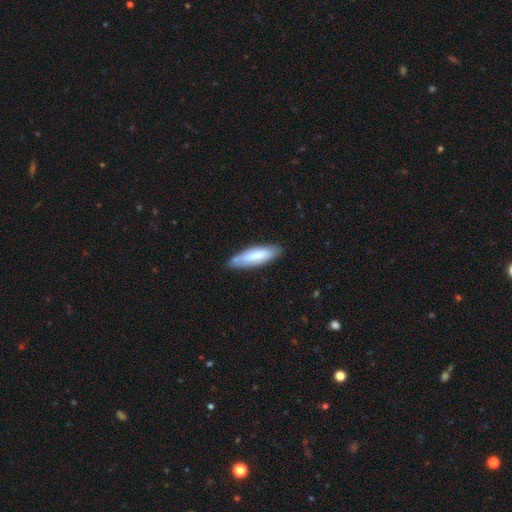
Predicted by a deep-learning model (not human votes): Overall: smooth (66%; featured or disk 28%). How rounded: cigar-shaped (54%; in between 45%). Merging: none (75%).